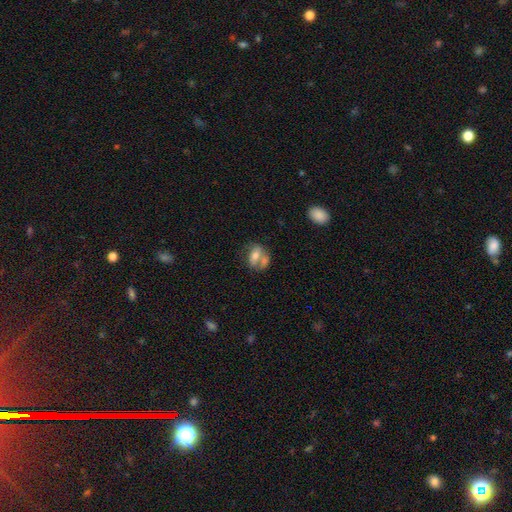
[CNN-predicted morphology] A smooth galaxy with no disk features (60%) that is in between round and cigar-shaped (73%). Merging: merger (48%).